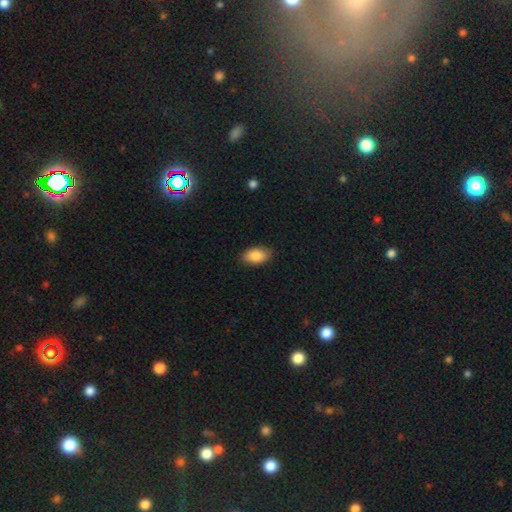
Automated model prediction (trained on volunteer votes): This appears to be a smooth galaxy with no disk features (87%) that is in between round and cigar-shaped (92%). Merging: none (86%).